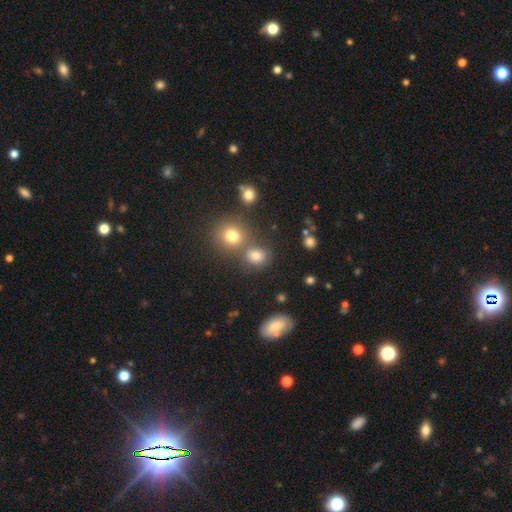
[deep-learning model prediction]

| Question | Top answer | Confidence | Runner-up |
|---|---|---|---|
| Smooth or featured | smooth | 75% | star or artifact (17%) |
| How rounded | round | 70% | in between (29%) |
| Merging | none | 65% | merger (21%) |